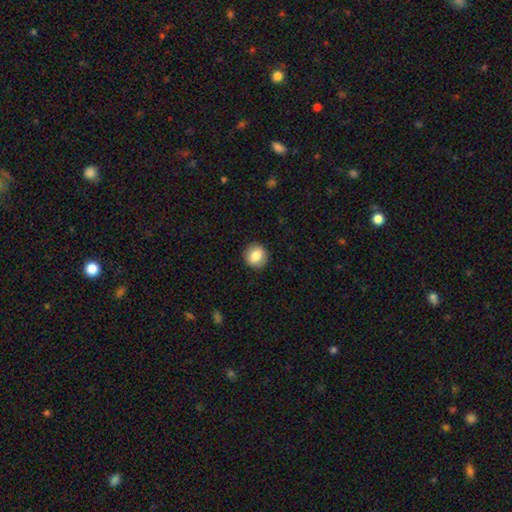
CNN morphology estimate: smooth_or_featured: smooth (p=0.83) [alt: featured or disk p=0.08]
how_rounded: round (p=0.85) [alt: in between p=0.14]
merging: none (p=0.91) [alt: minor disturbance p=0.06]